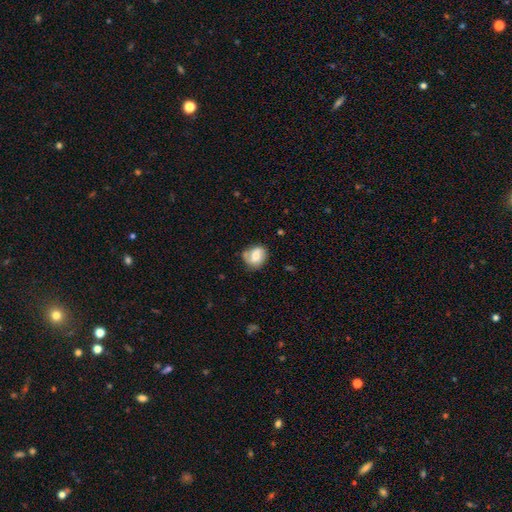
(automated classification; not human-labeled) This appears to be a smooth galaxy with no disk features (62%) that is round (57%). Merging: none (56%).